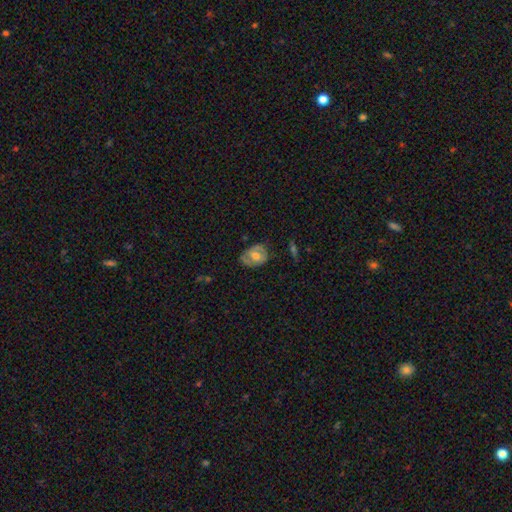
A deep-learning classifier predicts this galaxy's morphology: type=smooth (48%); merging=none (61%).